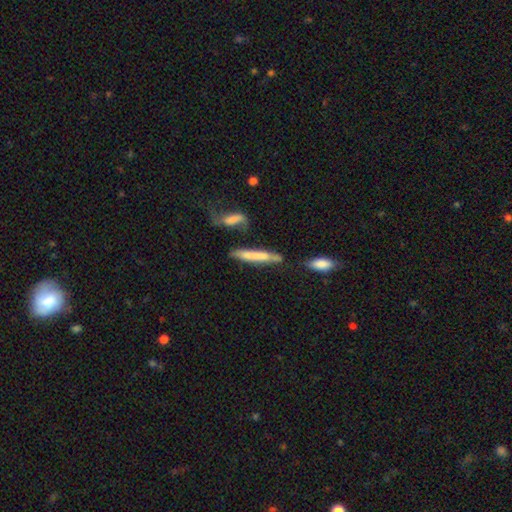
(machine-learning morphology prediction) This is likely a smooth galaxy (61%). How rounded: clearly cigar-shaped (89%). Merging: possibly none (57%).